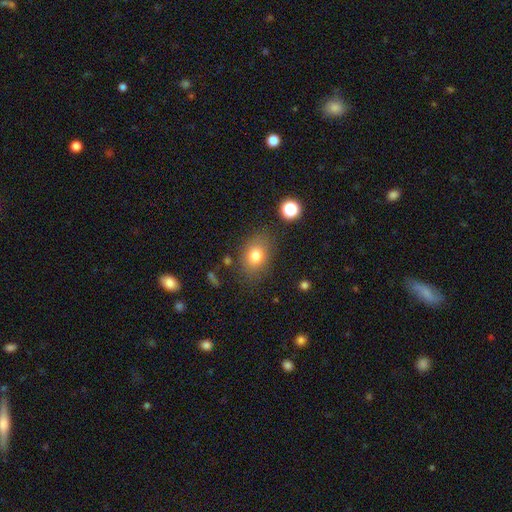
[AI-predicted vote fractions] smooth-or-featured: smooth: 78% | star or artifact: 11% | featured or disk: 11%
  how-rounded: in between: 67% | round: 32% | cigar-shaped: 1%
  merging: none: 78% | minor disturbance: 14% | major disturbance: 5% | merger: 3%